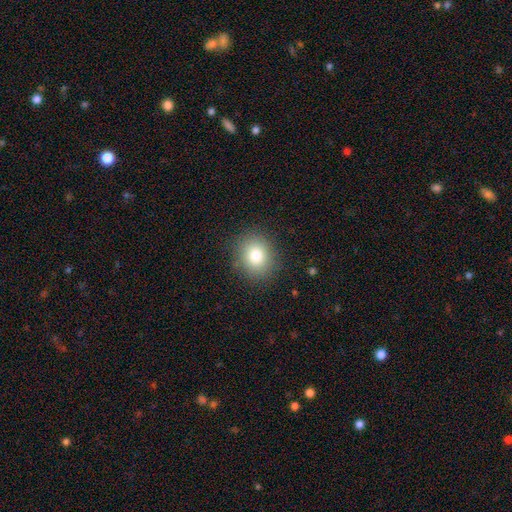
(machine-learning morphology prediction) Overall: smooth (79%). How rounded: round (70%). Merging: none (87%).